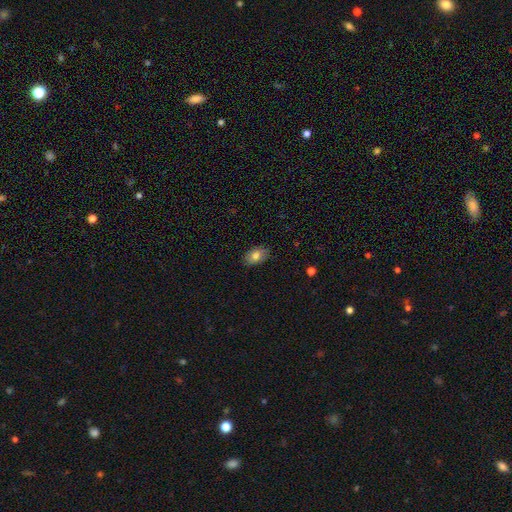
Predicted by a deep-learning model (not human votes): This is likely a smooth galaxy (79%). How rounded: clearly in between (89%). Merging: clearly none (84%).